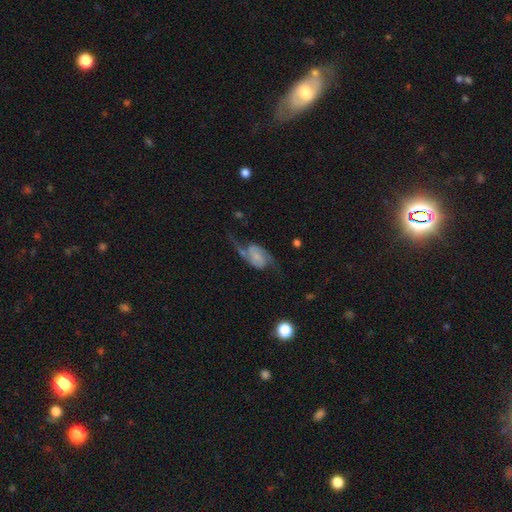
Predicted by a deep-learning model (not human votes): Smooth or featured: featured or disk — 77% (smooth — 15%)
Edge-on disk: no — 97% (yes — 3%)
Bar: no — 52% (weak — 36%)
Spiral arms: yes — 94% (no — 6%)
Spiral winding: loose — 65% (medium — 27%)
Spiral arm count: 2 — 91% (1 — 3%)
Bulge size: none — 45% (small — 28%)
Merging: none — 50% (major disturbance — 24%)